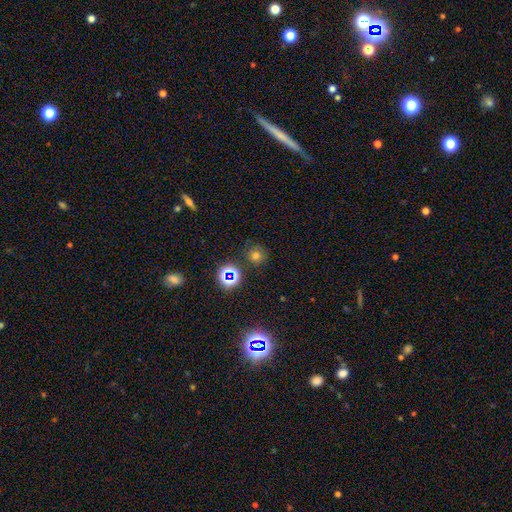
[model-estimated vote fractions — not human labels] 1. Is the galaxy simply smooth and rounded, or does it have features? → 62% smooth, 28% star or artifact, 9% featured or disk.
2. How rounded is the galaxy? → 90% round, 8% in between, 1% cigar-shaped.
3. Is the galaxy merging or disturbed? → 80% none, 12% minor disturbance, 4% major disturbance, 4% merger.